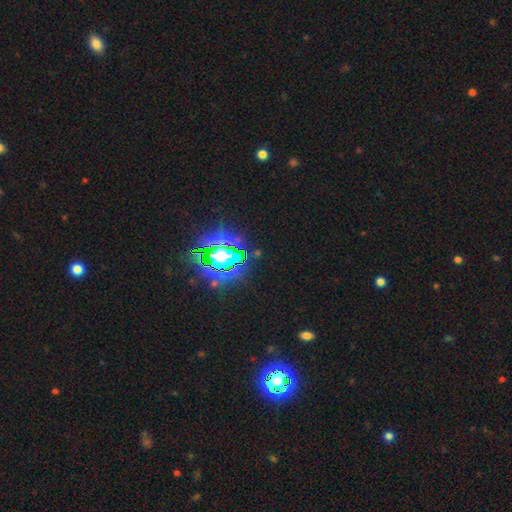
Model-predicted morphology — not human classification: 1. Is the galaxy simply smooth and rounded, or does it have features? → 85% star or artifact, 9% smooth, 6% featured or disk.